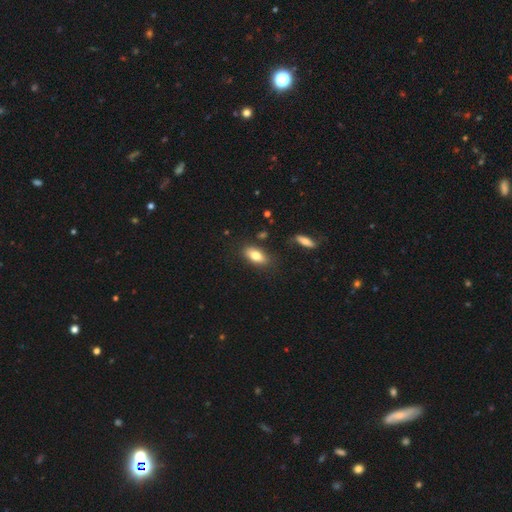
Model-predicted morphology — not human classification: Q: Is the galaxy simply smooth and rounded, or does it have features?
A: smooth — 78%.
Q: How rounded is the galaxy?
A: in between — 86%.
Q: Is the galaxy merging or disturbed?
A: none — 82%.